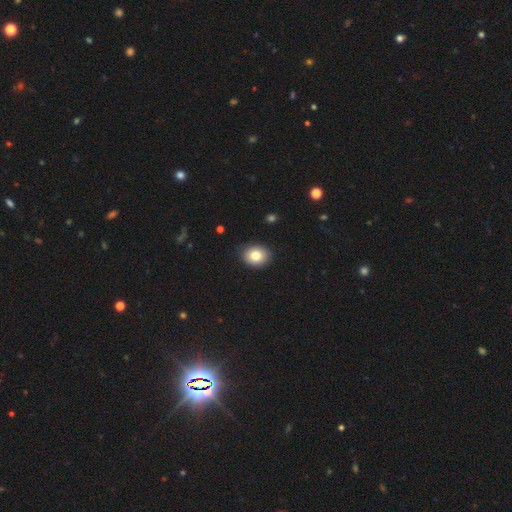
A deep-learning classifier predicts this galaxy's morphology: This appears to be a smooth galaxy with no disk features (81%) that is round (52%). Merging: none (87%).